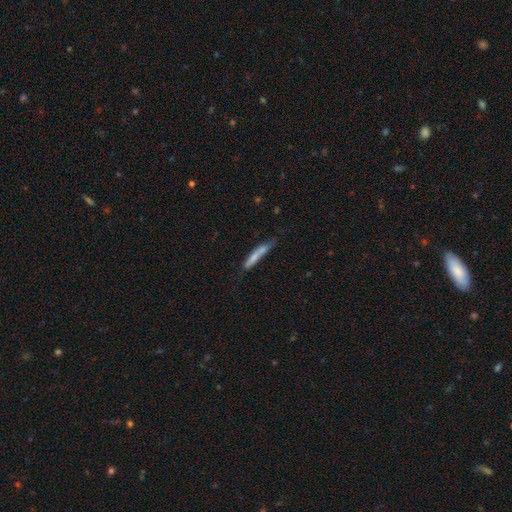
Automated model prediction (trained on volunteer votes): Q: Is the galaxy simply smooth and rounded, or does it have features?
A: smooth — 65%.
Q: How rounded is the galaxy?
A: cigar-shaped — 92%.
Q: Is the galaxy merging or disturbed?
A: none — 57%.